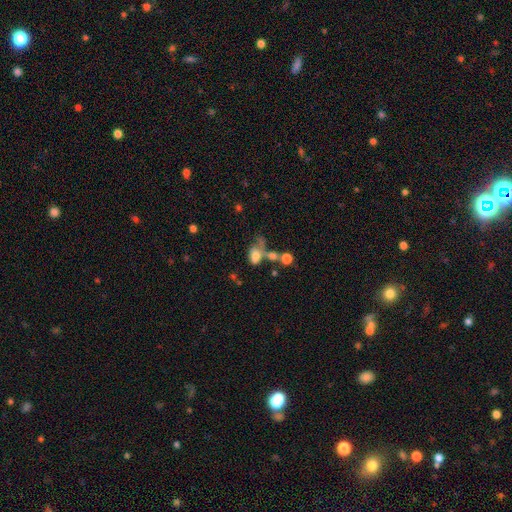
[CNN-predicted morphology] Q: Smooth or featured?
A: smooth (67%); runner-up: featured or disk (20%)
Q: How rounded?
A: in between (82%); runner-up: round (15%)
Q: Merging?
A: merger (36%); runner-up: major disturbance (26%)